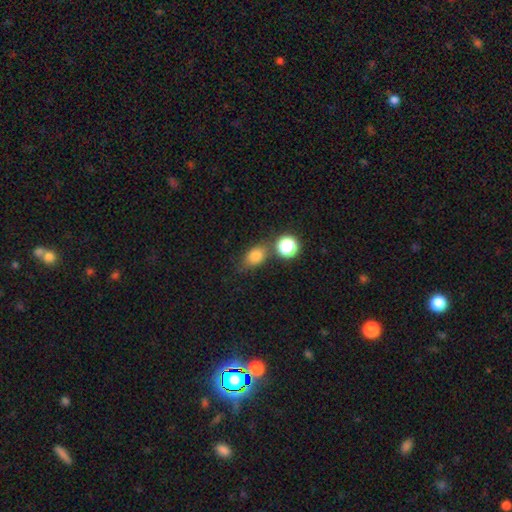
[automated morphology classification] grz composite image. It shows a smooth galaxy with no disk features (79%) that is in between round and cigar-shaped (67%). Merging: none (61%).